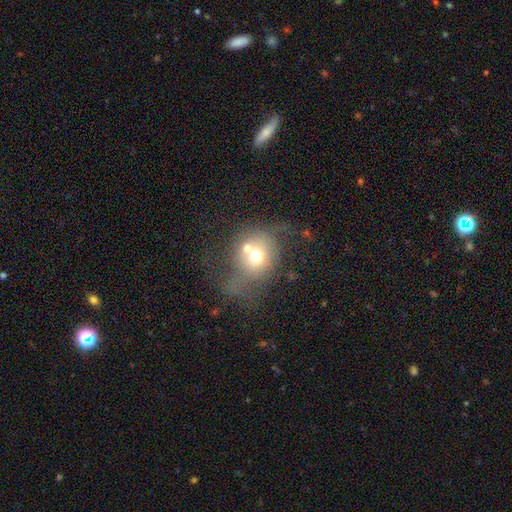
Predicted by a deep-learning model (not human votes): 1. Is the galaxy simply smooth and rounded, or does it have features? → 54% smooth, 33% featured or disk, 14% star or artifact.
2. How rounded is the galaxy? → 75% round, 23% in between, 1% cigar-shaped.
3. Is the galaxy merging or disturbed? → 36% merger, 28% none, 21% major disturbance, 15% minor disturbance.